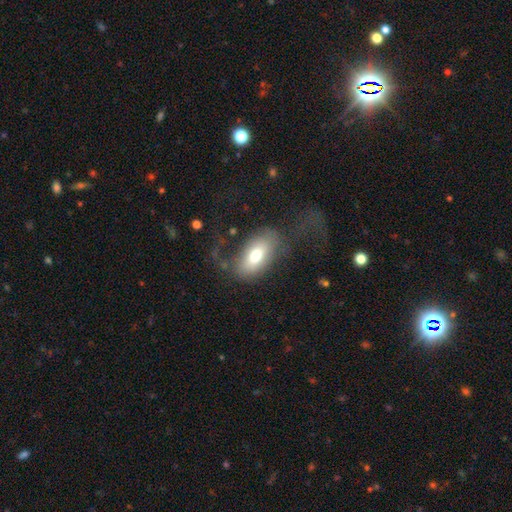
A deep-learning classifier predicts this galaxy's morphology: The model was most divided on "merging": none: 43%, major disturbance: 36%, minor disturbance: 18%, merger: 3%. More confident: how rounded — in between (91%); smooth or featured — smooth (66%).